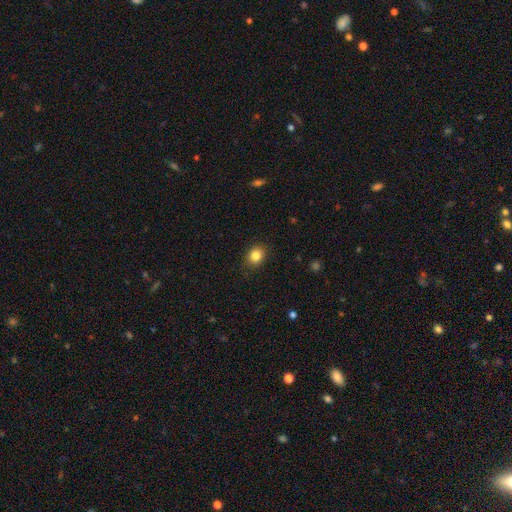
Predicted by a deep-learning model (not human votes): Overall: smooth (84%). How rounded: round (61%; in between 38%). Merging: none (86%).